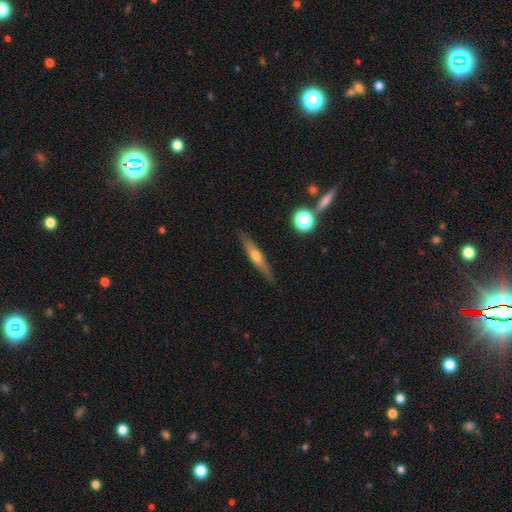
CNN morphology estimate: Smooth or featured? Predicted: featured or disk (p=0.50). Edge-on disk? Predicted: yes (p=0.91). Merging? Predicted: none (p=0.87).